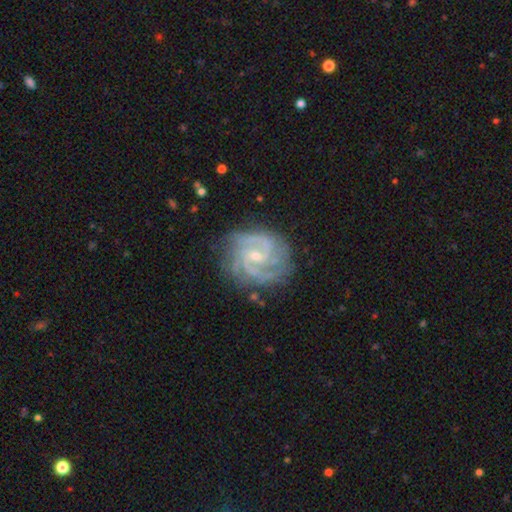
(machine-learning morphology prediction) Q: Smooth or featured?
A: featured or disk (91%); runner-up: star or artifact (5%)
Q: Edge-on disk?
A: no (98%); runner-up: yes (2%)
Q: Bar?
A: weak (45%); runner-up: no (43%)
Q: Spiral arms?
A: yes (98%); runner-up: no (2%)
Q: Spiral winding?
A: tight (51%); runner-up: medium (43%)
Q: Spiral arm count?
A: 2 (45%); runner-up: 3 (29%)
Q: Bulge size?
A: small (67%); runner-up: moderate (29%)
Q: Merging?
A: none (77%); runner-up: minor disturbance (17%)